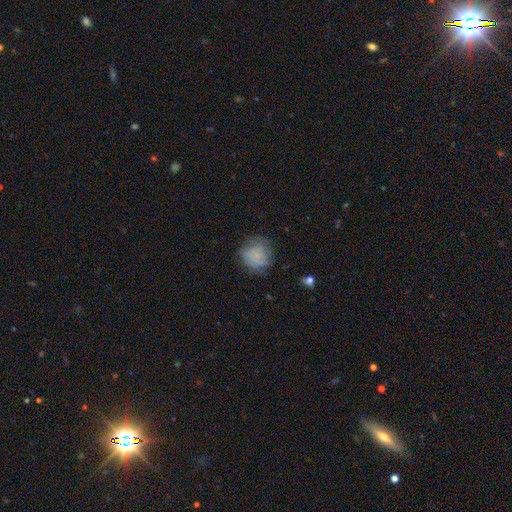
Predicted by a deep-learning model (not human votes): Smooth or featured: smooth — 69% (featured or disk — 21%)
How rounded: round — 87% (in between — 12%)
Merging: none — 66% (minor disturbance — 23%)